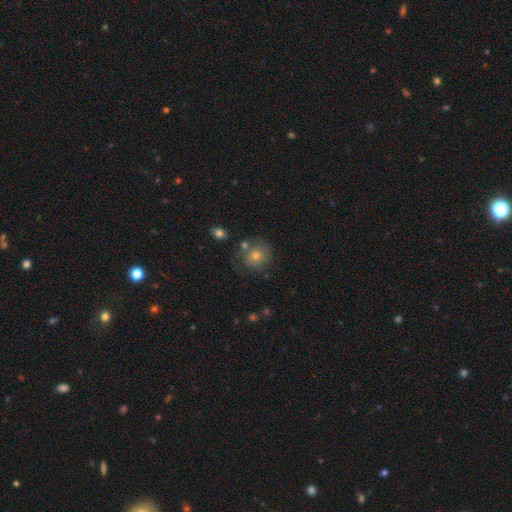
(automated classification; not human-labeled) The model was most divided on "smooth or featured": smooth: 65%, featured or disk: 20%, star or artifact: 15%. More confident: how rounded — round (89%); merging — none (71%).